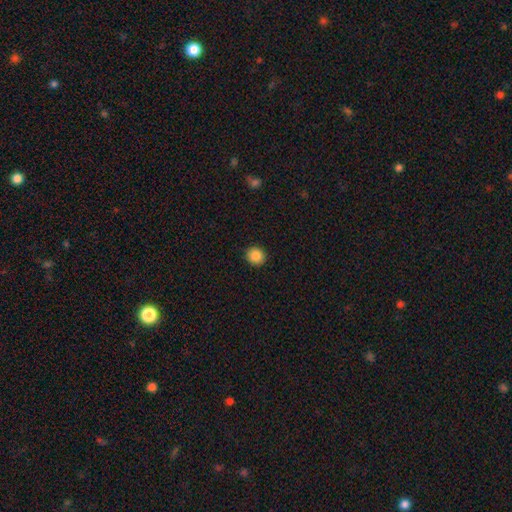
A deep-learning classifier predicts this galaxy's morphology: A smooth galaxy with no disk features (87%) that is round (90%). Merging: none (92%).